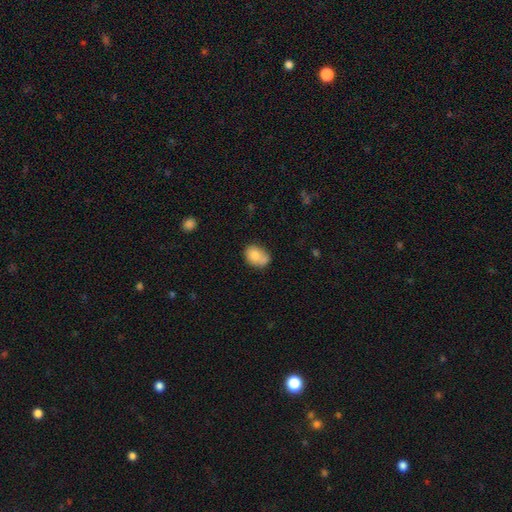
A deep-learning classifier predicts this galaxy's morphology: A smooth galaxy with no disk features (78%) that is in between round and cigar-shaped (66%).

Vote fractions:
- Smooth or featured? smooth: 78% / featured or disk: 14% / star or artifact: 8%
- How rounded? in between: 66% / round: 33% / cigar-shaped: 1%
- Merging? none: 41% / merger: 33% / minor disturbance: 20% / major disturbance: 7%